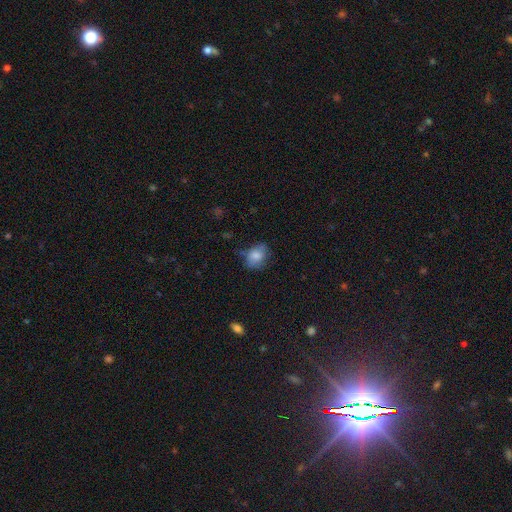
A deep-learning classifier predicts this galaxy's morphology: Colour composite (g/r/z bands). It shows a smooth galaxy with no disk features (79%) that is in between round and cigar-shaped (66%). Merging: none (63%).